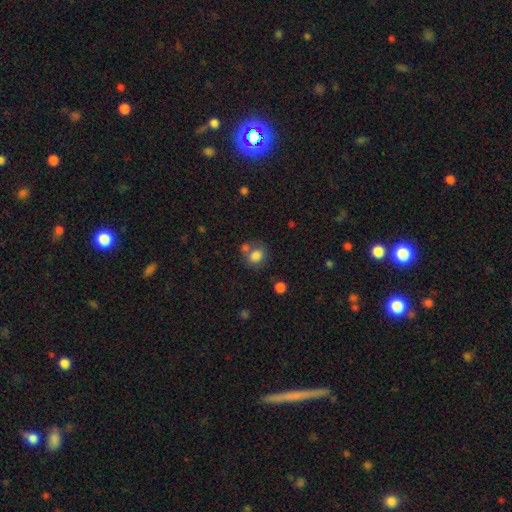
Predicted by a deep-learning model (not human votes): A smooth galaxy with no disk features (81%) that is round (64%). Merging: none (56%).